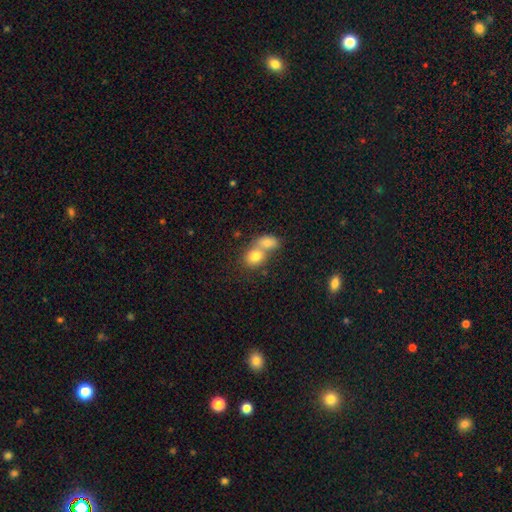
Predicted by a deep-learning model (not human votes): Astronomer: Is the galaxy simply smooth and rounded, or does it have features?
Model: smooth — 78%.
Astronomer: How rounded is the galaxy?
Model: round — 51% (runner-up: in between, 47%).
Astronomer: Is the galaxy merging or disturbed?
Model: merger — 66%.